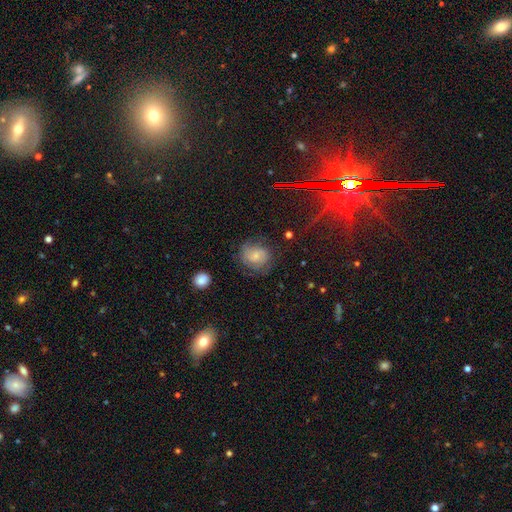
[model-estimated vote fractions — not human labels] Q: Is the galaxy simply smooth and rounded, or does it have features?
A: smooth — 45%.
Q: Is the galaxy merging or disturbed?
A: none — 64%.